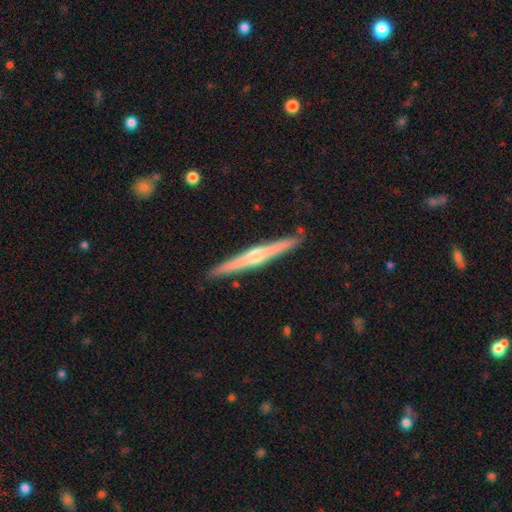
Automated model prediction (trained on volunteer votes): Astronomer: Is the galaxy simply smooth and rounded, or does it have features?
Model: featured or disk — 73%.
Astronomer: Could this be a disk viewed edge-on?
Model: yes — 98%.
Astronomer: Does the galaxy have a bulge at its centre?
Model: rounded — 83%.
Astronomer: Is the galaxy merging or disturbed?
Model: none — 90%.